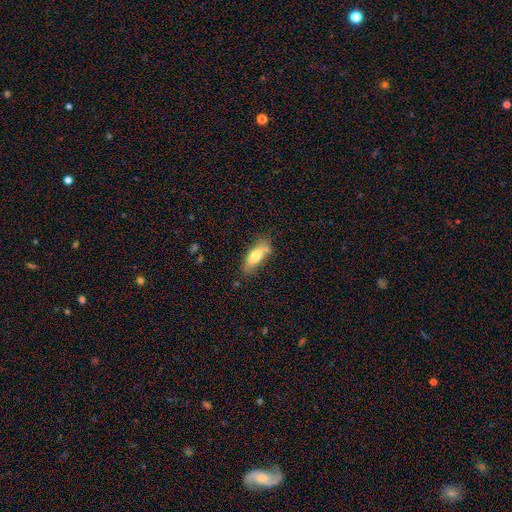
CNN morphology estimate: This appears to be a smooth galaxy with no disk features (72%) that is in between round and cigar-shaped (70%). Merging: none (64%).